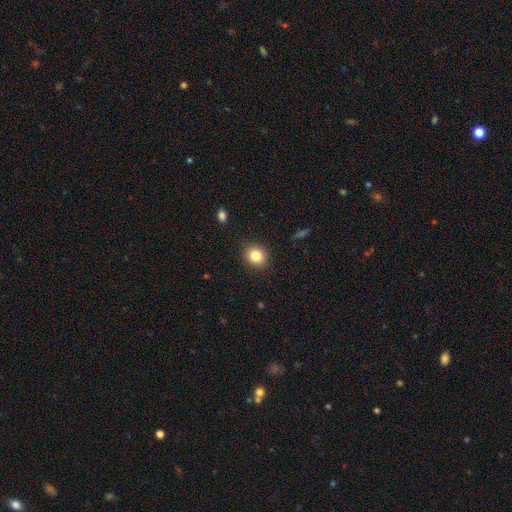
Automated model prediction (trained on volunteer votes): Morphology: type=smooth (84%); roundness=round (72%); merging=none (89%).